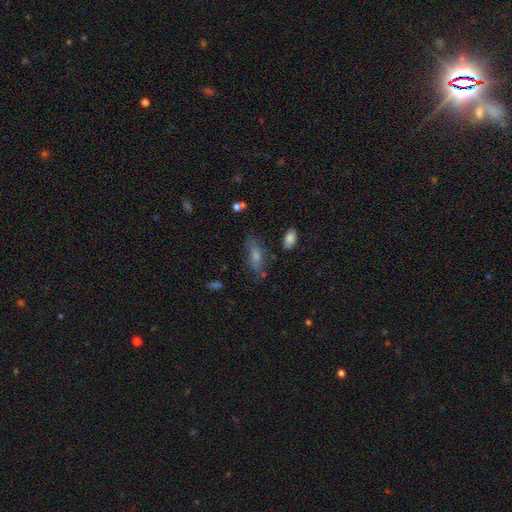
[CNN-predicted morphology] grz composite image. It shows a smooth galaxy with no disk features (46%). Merging: none (67%).